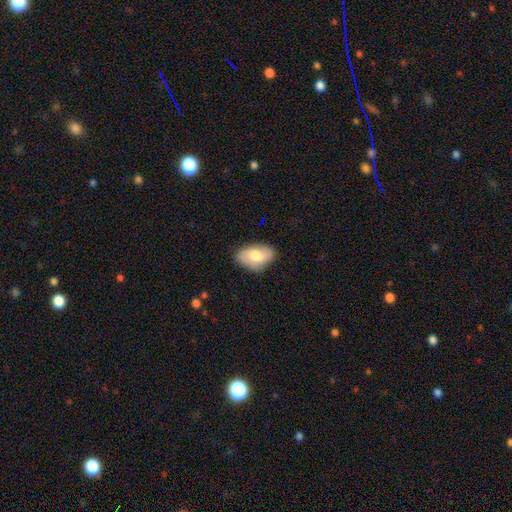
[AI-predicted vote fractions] Smooth or featured? Predicted: smooth (p=0.69). How rounded? Predicted: in between (p=0.93). Merging? Predicted: none (p=0.76).